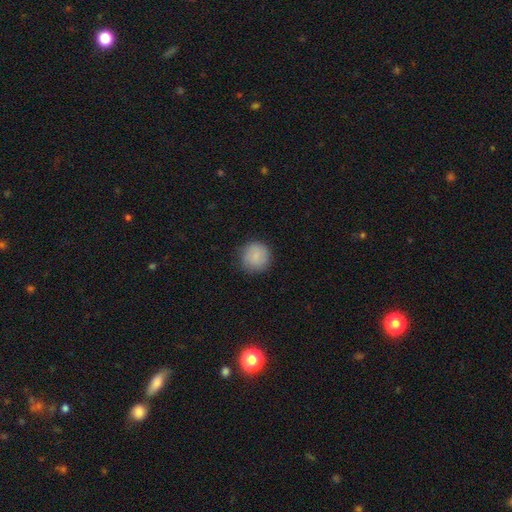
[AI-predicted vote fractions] Smooth or featured?
  - smooth: 84% *
  - featured or disk: 9%
  - star or artifact: 7%
How rounded?
  - round: 93% *
  - in between: 6%
  - cigar-shaped: 1%
Merging?
  - none: 83% *
  - minor disturbance: 12%
  - major disturbance: 3%
  - merger: 1%